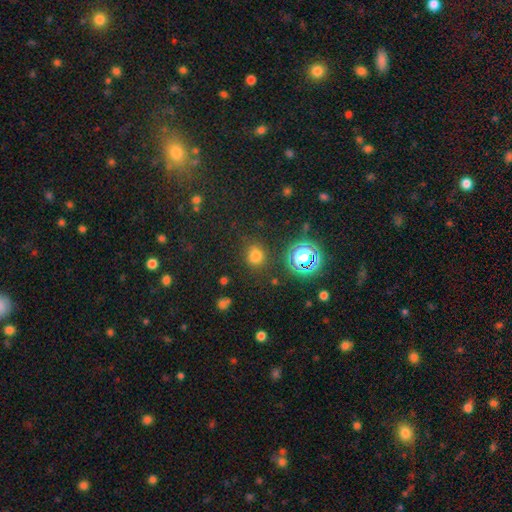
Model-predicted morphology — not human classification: Smooth or featured? smooth (67%)
How rounded? round (79%)
Merging? none (80%)